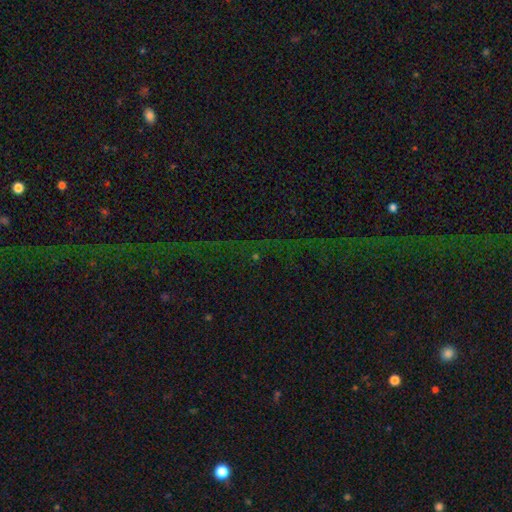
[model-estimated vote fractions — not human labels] Smooth or featured? Predicted: star or artifact (p=0.76).